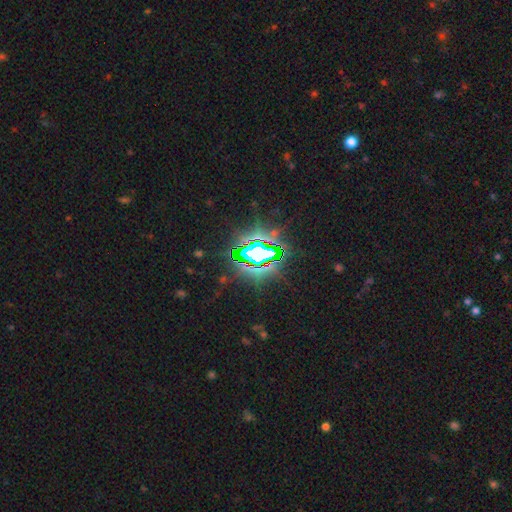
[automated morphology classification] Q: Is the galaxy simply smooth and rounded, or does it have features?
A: star or artifact — 78%.